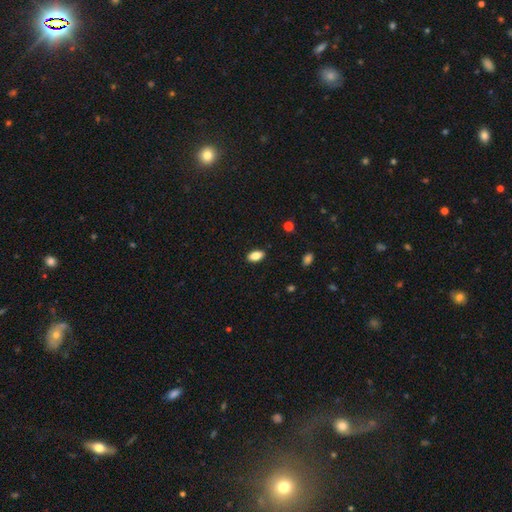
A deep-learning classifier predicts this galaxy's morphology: This appears to be a smooth galaxy with no disk features (84%) that is in between round and cigar-shaped (91%). Merging: none (88%).